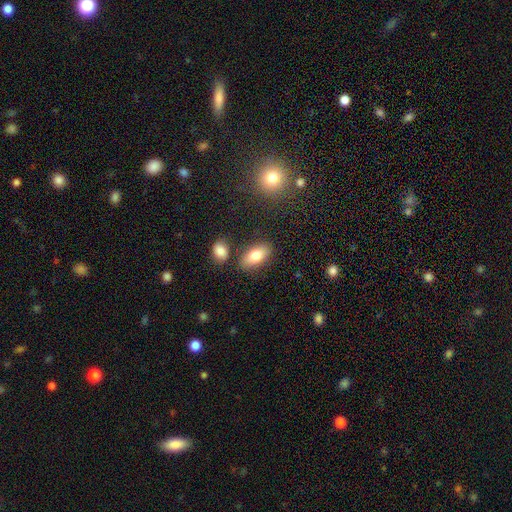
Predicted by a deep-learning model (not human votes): Q: Smooth or featured?
A: smooth (79%); runner-up: featured or disk (13%)
Q: How rounded?
A: in between (90%); runner-up: round (5%)
Q: Merging?
A: none (80%); runner-up: minor disturbance (11%)